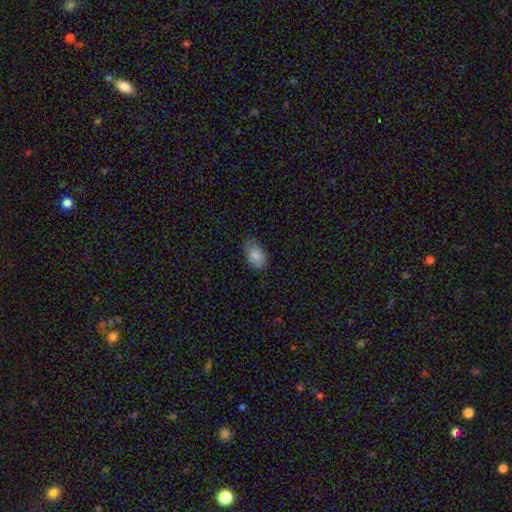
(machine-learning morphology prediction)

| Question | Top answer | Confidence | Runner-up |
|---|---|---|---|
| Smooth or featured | smooth | 85% | star or artifact (8%) |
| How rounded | in between | 85% | round (14%) |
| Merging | none | 75% | minor disturbance (21%) |